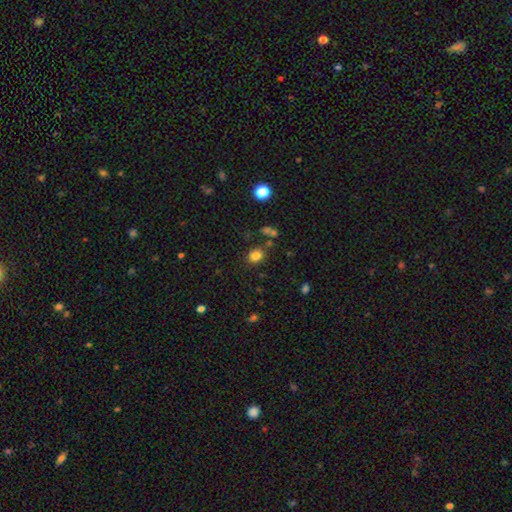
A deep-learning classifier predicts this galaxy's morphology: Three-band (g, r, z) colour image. It shows a smooth galaxy with no disk features (81%) that is round (63%). Merging: none (81%).